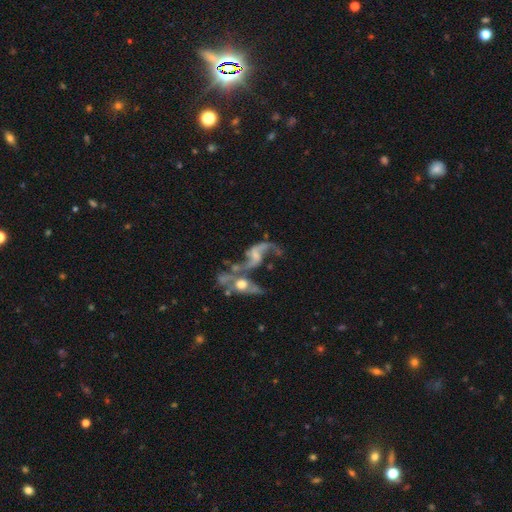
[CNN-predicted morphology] The model was most divided on "bulge size" (2-way tie): none: 33%, small: 33%, moderate: 27%, large: 6%, dominant: 2%. More confident: edge-on disk — no (95%); spiral winding — loose (86%); spiral arms — yes (85%); spiral arm count — 2 (81%); smooth or featured — featured or disk (80%); merging — merger (52%); bar — no (52%).